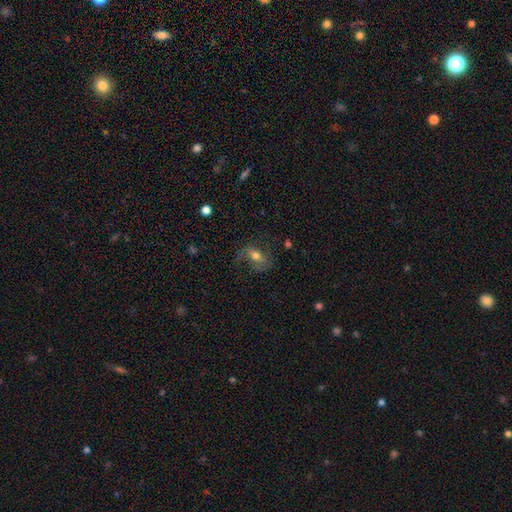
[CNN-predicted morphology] This is possibly a smooth galaxy (50%). Merging: possibly none (57%).